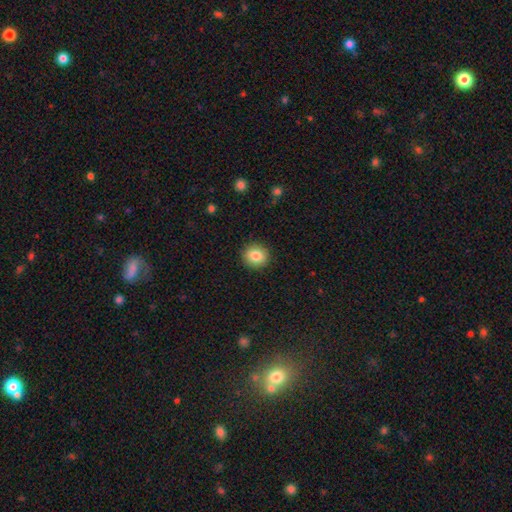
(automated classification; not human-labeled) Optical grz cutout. It shows a smooth galaxy with no disk features (84%) that is round (81%). Merging: none (91%).